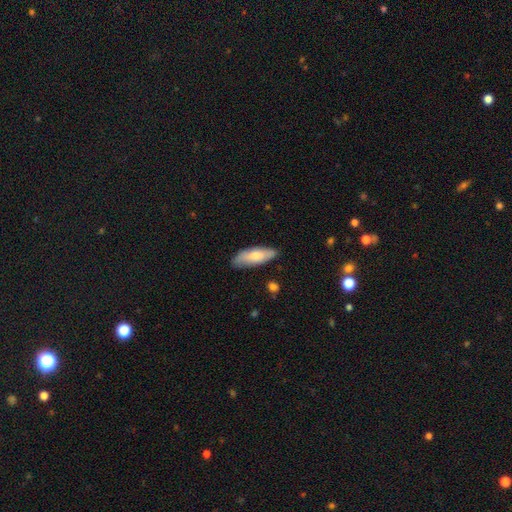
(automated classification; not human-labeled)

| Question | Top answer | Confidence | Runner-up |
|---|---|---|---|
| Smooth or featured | smooth | 70% | featured or disk (25%) |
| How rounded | in between | 64% | cigar-shaped (34%) |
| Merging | none | 81% | minor disturbance (15%) |